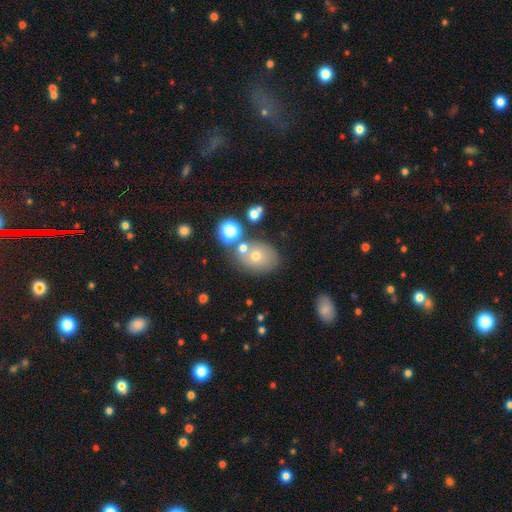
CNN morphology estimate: Smooth or featured: smooth — 63% (featured or disk — 20%)
How rounded: round — 51% (in between — 48%)
Merging: none — 59% (merger — 23%)